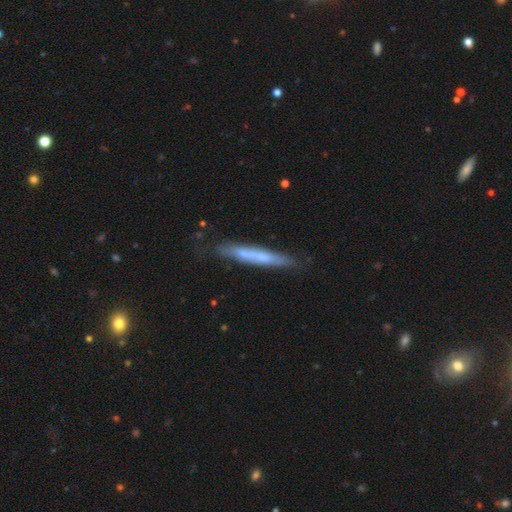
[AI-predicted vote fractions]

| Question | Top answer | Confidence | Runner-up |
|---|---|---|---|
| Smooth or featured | smooth | 50% | featured or disk (43%) |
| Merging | none | 79% | minor disturbance (16%) |